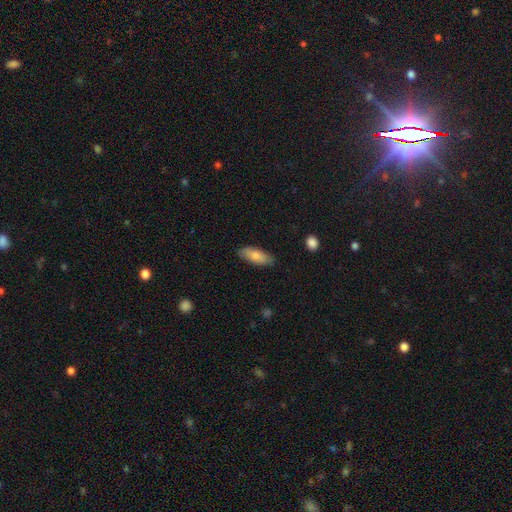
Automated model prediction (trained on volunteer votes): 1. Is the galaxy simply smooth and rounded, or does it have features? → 80% smooth, 14% featured or disk, 6% star or artifact.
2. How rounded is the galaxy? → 75% in between, 23% cigar-shaped, 2% round.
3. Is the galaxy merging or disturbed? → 84% none, 12% minor disturbance, 2% major disturbance, 1% merger.